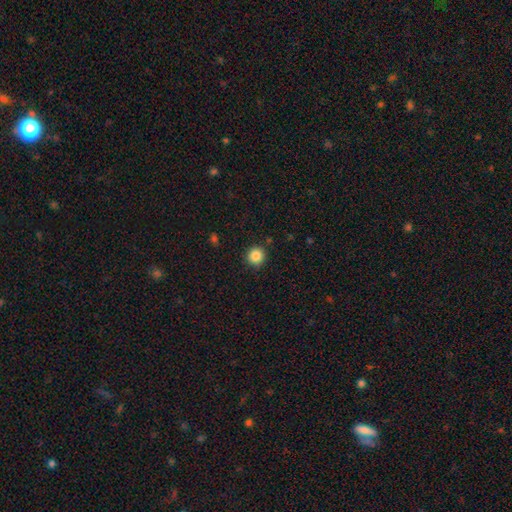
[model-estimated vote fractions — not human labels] Smooth or featured: smooth — 86% (star or artifact — 10%)
How rounded: round — 94% (in between — 5%)
Merging: none — 89% (minor disturbance — 7%)